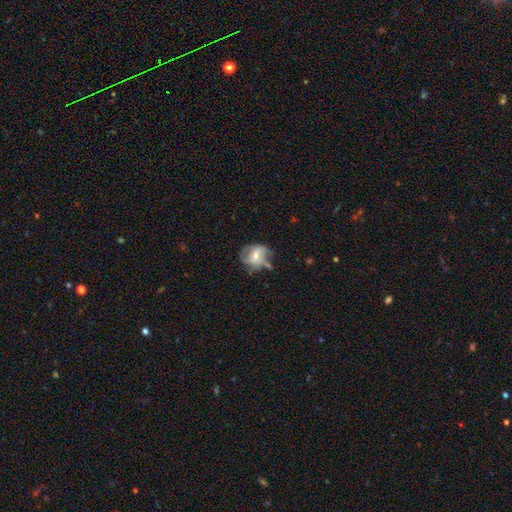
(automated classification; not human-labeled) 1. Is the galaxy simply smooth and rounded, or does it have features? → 61% featured or disk, 31% smooth, 8% star or artifact.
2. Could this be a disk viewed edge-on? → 97% no, 3% yes.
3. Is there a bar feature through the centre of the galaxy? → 44% no, 40% weak, 16% strong.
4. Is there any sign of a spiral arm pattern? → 75% yes, 25% no.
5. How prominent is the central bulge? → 48% moderate, 43% small, 4% large, 4% none, 1% dominant.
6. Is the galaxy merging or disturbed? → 48% none, 26% minor disturbance, 19% major disturbance, 7% merger.